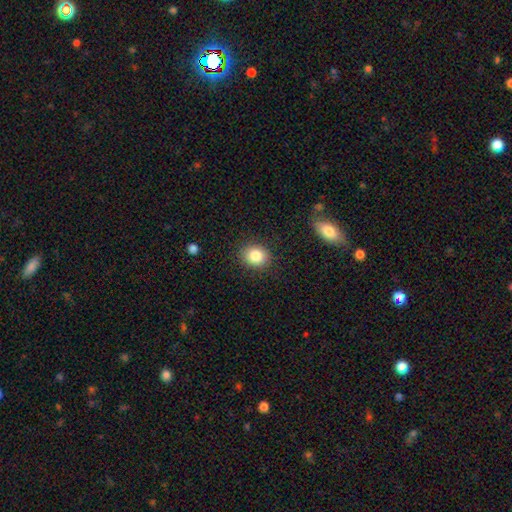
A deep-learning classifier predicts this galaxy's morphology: Smooth or featured? Predicted: smooth (p=0.84). How rounded? Predicted: round (p=0.67). Merging? Predicted: none (p=0.88).